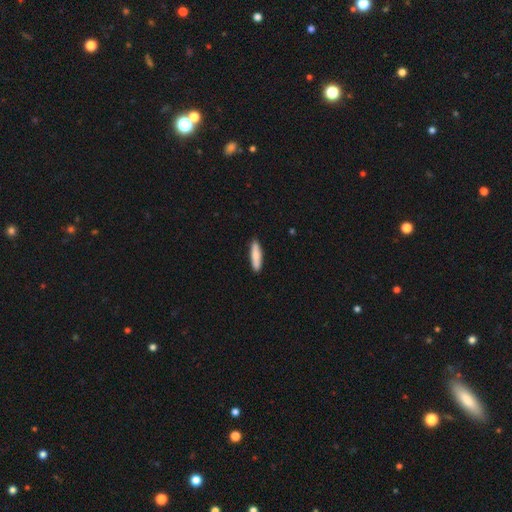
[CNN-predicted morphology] This is clearly a smooth galaxy (83%). How rounded: likely cigar-shaped (79%). Merging: clearly none (89%).